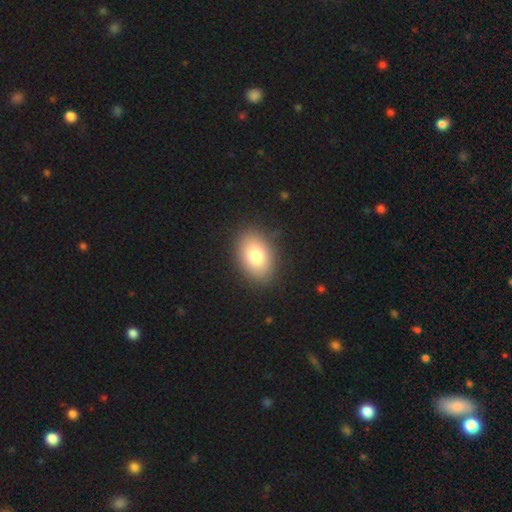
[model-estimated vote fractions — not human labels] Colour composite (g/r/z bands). It shows a smooth galaxy with no disk features (80%) that is in between round and cigar-shaped (83%). Merging: none (87%).